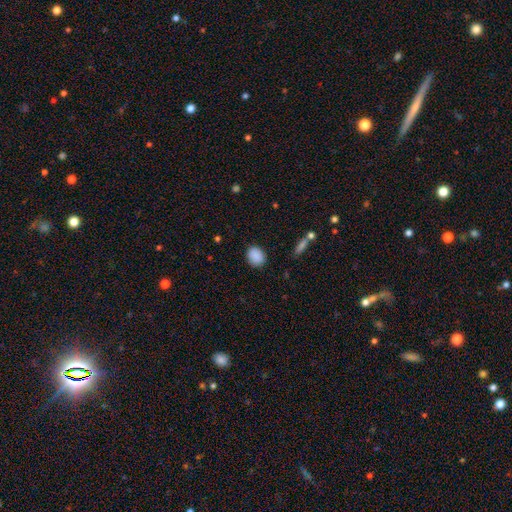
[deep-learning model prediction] Smooth or featured?
  - smooth: 89% *
  - star or artifact: 8%
  - featured or disk: 3%
How rounded?
  - in between: 51% *
  - round: 47%
  - cigar-shaped: 1%
Merging?
  - none: 86% *
  - minor disturbance: 10%
  - major disturbance: 3%
  - merger: 1%